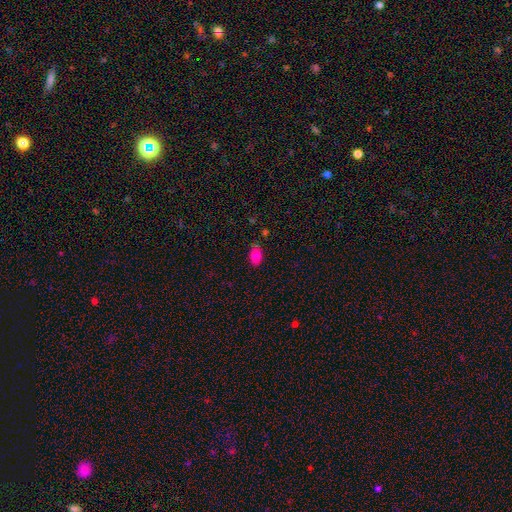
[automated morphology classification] Q: Smooth or featured?
A: smooth (83%); runner-up: star or artifact (9%)
Q: How rounded?
A: in between (91%); runner-up: round (7%)
Q: Merging?
A: none (75%); runner-up: minor disturbance (19%)